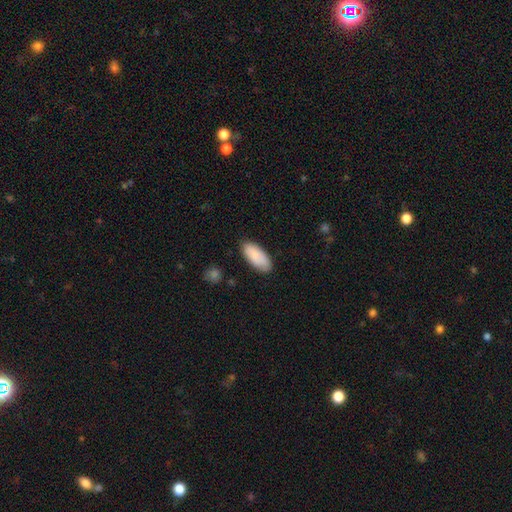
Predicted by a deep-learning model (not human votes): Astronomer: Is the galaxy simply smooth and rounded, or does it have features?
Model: smooth — 87%.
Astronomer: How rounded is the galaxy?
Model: in between — 89%.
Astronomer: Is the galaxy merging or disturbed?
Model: none — 84%.